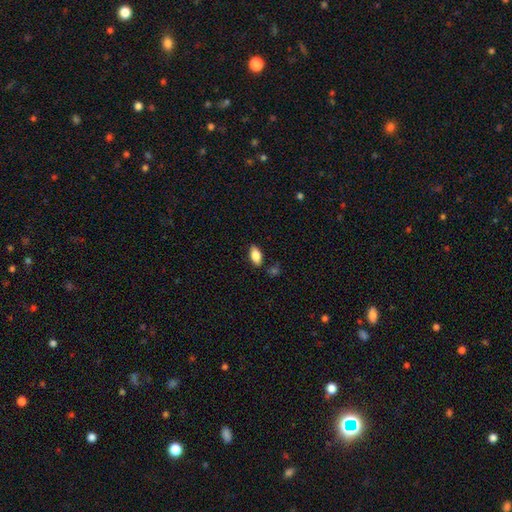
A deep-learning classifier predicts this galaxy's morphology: Overall: smooth (81%). How rounded: in between (90%). Merging: none (80%).